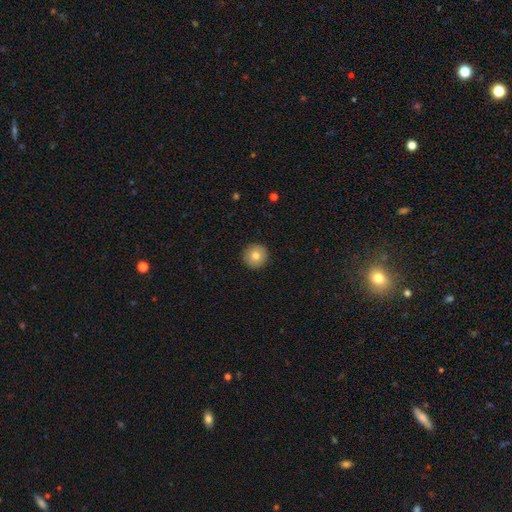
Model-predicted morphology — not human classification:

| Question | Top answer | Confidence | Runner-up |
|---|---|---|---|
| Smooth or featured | smooth | 79% | featured or disk (13%) |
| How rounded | round | 96% | in between (3%) |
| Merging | none | 93% | minor disturbance (5%) |